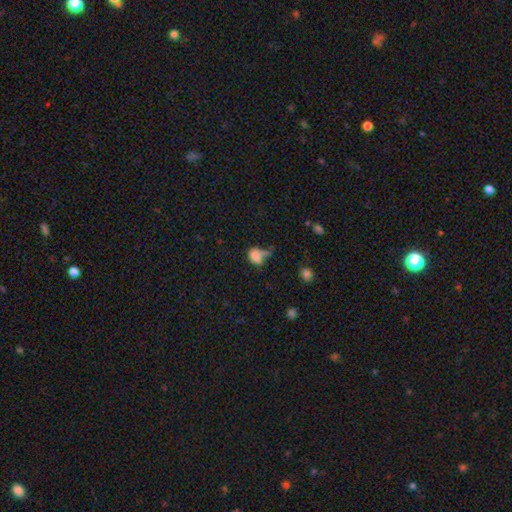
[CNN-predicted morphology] This appears to be a smooth galaxy with no disk features (73%) that is in between round and cigar-shaped (66%). Merging: none (28%).